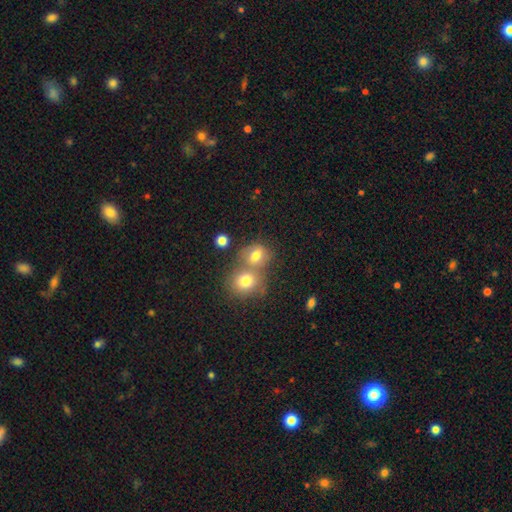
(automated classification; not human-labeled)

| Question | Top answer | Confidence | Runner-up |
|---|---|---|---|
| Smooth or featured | smooth | 75% | star or artifact (13%) |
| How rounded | round | 51% | in between (48%) |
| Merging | merger | 48% | none (37%) |